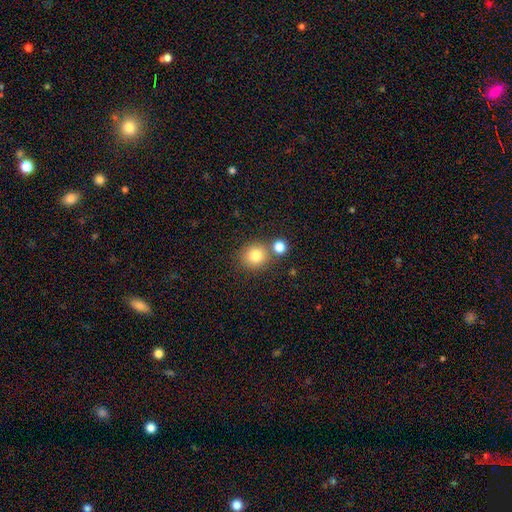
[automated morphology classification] Smooth or featured? Predicted: smooth (p=0.80). How rounded? Predicted: round (p=0.88). Merging? Predicted: none (p=0.71).